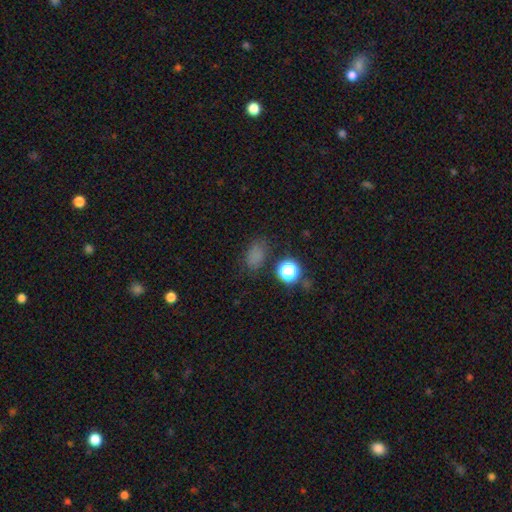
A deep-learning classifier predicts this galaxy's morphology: This is likely a smooth galaxy (69%). How rounded: likely in between (72%). Merging: likely none (72%).